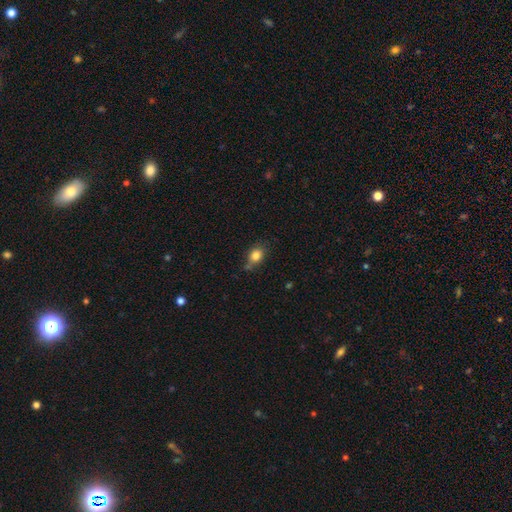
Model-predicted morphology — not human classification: Overall: smooth (82%). How rounded: in between (60%; round 38%). Merging: none (60%; minor disturbance 27%).